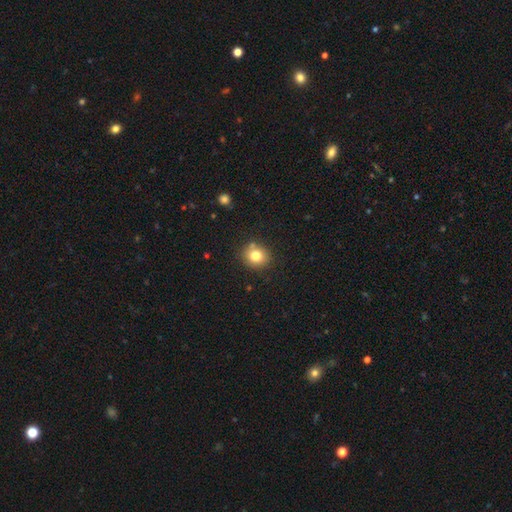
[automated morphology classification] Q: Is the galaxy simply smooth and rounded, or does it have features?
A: smooth — 78%.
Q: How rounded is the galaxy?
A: round — 81%.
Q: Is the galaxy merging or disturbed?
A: none — 80%.